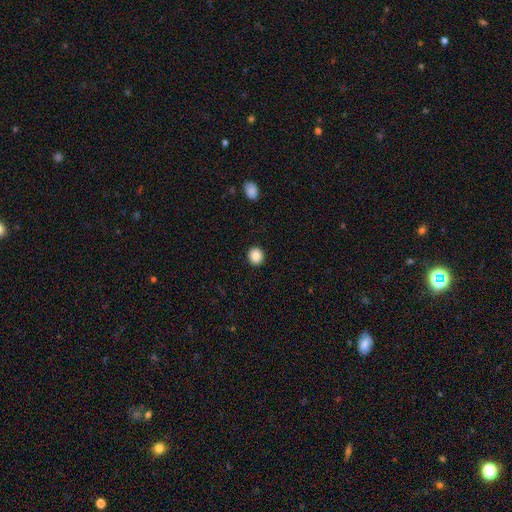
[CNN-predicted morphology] Q: Smooth or featured?
A: smooth (87%); runner-up: star or artifact (9%)
Q: How rounded?
A: round (85%); runner-up: in between (14%)
Q: Merging?
A: none (92%); runner-up: minor disturbance (5%)